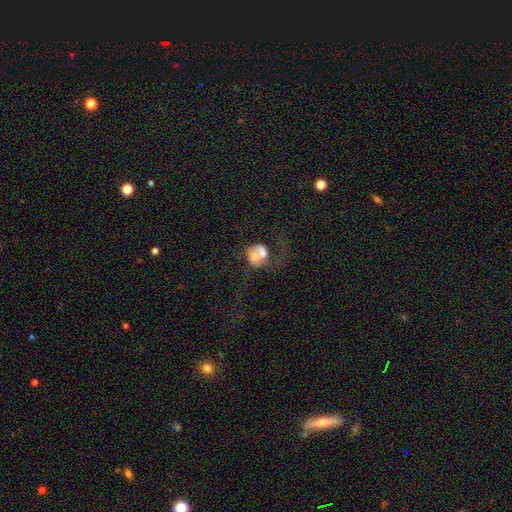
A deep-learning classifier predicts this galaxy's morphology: Smooth or featured: smooth — 53% (featured or disk — 38%)
How rounded: round — 62% (in between — 37%)
Merging: merger — 61% (major disturbance — 16%)